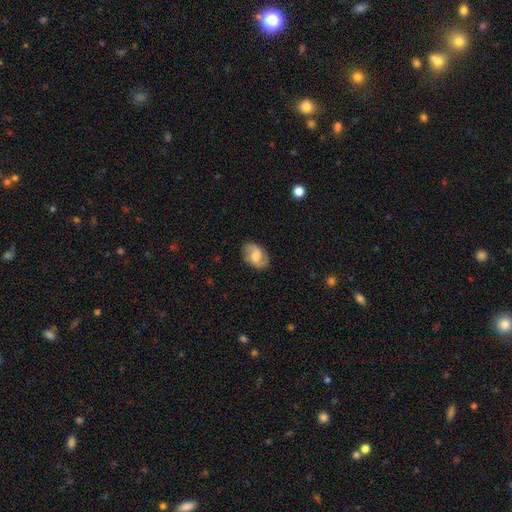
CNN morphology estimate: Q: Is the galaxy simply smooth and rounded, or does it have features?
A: featured or disk — 68%.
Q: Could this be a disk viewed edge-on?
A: no — 97%.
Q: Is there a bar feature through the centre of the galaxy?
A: weak — 51%.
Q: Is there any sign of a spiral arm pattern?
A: yes — 92%.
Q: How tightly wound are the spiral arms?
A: medium — 45%.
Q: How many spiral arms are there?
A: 2 — 90%.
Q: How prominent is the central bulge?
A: moderate — 40%.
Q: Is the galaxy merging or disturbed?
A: none — 83%.